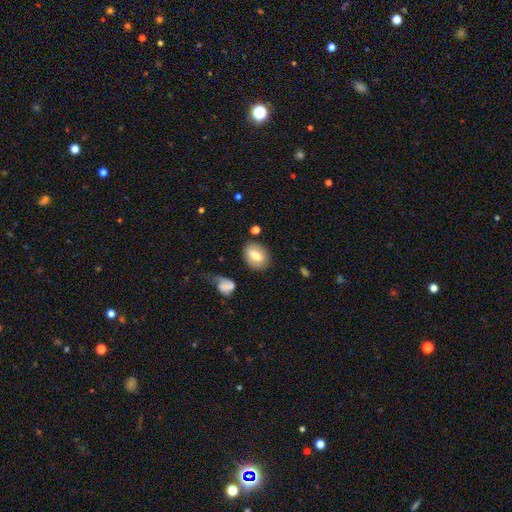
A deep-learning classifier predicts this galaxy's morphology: Q: Smooth or featured?
A: smooth (67%); runner-up: featured or disk (25%)
Q: How rounded?
A: in between (73%); runner-up: round (24%)
Q: Merging?
A: none (77%); runner-up: minor disturbance (14%)